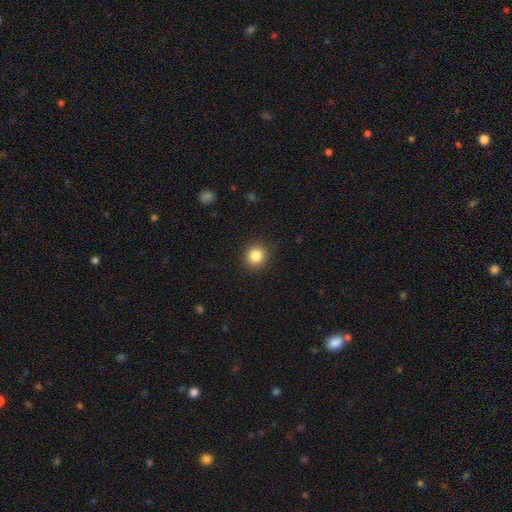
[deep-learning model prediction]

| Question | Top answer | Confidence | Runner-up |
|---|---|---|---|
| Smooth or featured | smooth | 85% | star or artifact (10%) |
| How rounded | round | 88% | in between (11%) |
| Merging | none | 91% | minor disturbance (6%) |